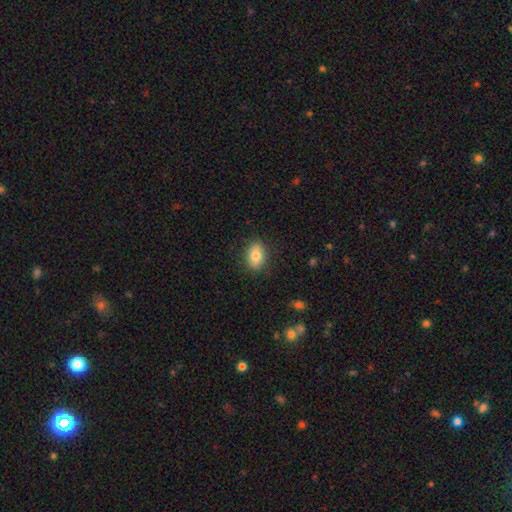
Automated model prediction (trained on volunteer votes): smooth 80%, featured or disk 12%, star or artifact 8%. Down the decision tree: how rounded — in between (80%); merging — none (87%).